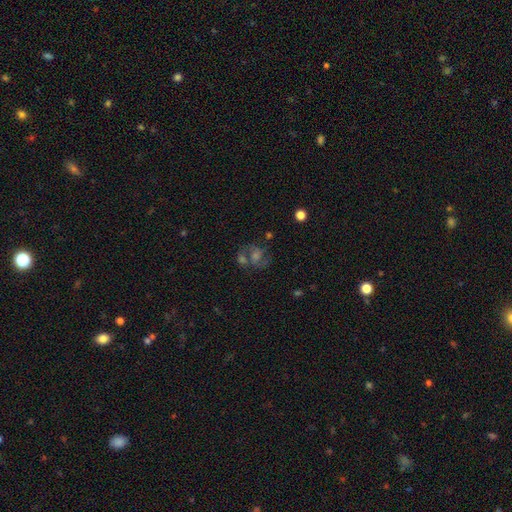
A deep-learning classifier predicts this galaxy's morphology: Smooth or featured: featured or disk — 58% (smooth — 23%)
Edge-on disk: no — 97% (yes — 3%)
Bar: no — 57% (weak — 35%)
Spiral arms: yes — 80% (no — 20%)
Bulge size: moderate — 43% (small — 28%)
Merging: none — 54% (merger — 23%)